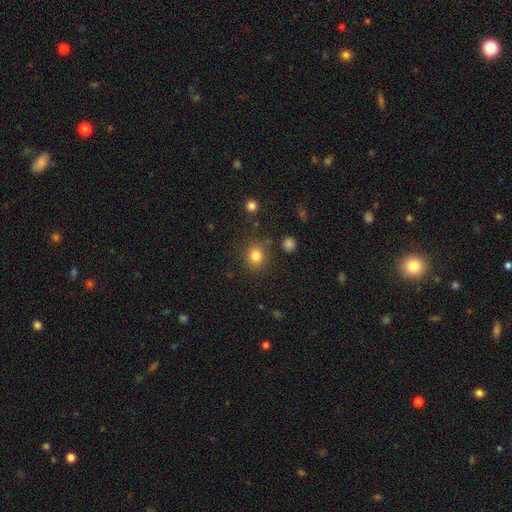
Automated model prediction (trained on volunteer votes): Smooth or featured: smooth — 82% (star or artifact — 12%)
How rounded: round — 79% (in between — 20%)
Merging: none — 84% (minor disturbance — 9%)